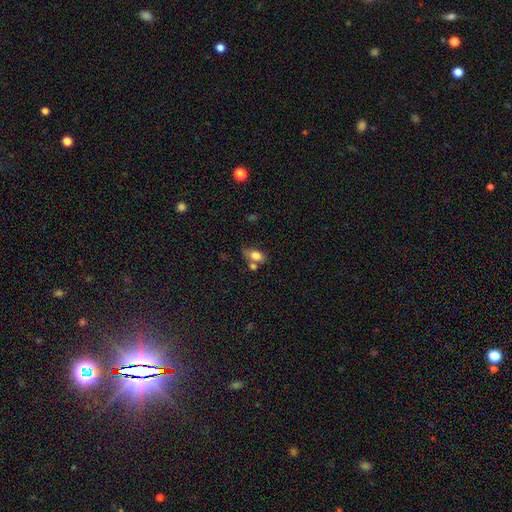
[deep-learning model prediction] smooth_or_featured: smooth (p=0.79) [alt: featured or disk p=0.12]
how_rounded: in between (p=0.86) [alt: round p=0.10]
merging: none (p=0.49) [alt: merger p=0.25]